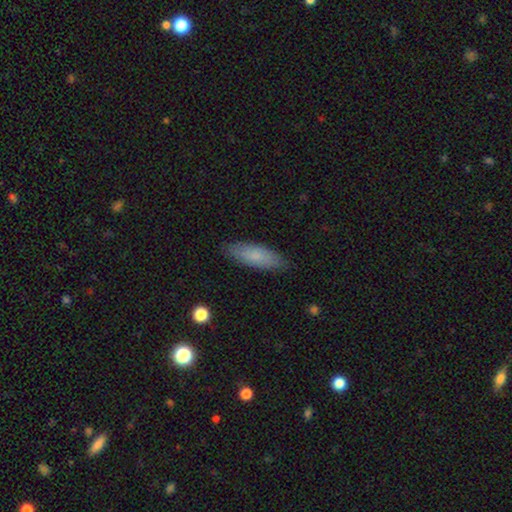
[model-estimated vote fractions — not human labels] Smooth or featured?
  - smooth: 77% *
  - featured or disk: 16%
  - star or artifact: 6%
How rounded?
  - in between: 63% *
  - cigar-shaped: 35%
  - round: 2%
Merging?
  - none: 86% *
  - minor disturbance: 11%
  - major disturbance: 2%
  - merger: 1%